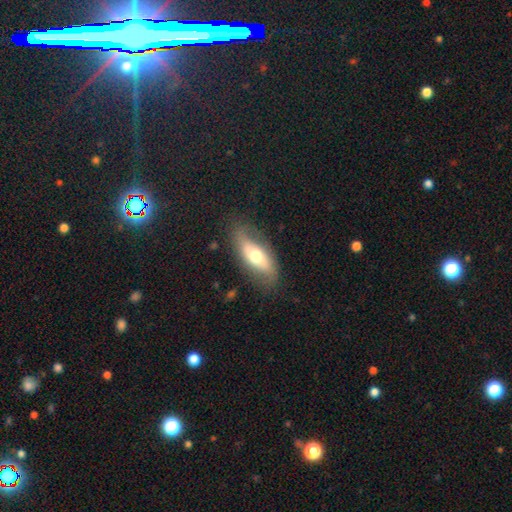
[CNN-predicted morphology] A smooth galaxy with no disk features (51%) that is in between round and cigar-shaped (79%).

Vote fractions:
- Smooth or featured? smooth: 51% / featured or disk: 42% / star or artifact: 6%
- How rounded? in between: 79% / cigar-shaped: 18% / round: 4%
- Merging? none: 73% / minor disturbance: 19% / major disturbance: 7% / merger: 1%